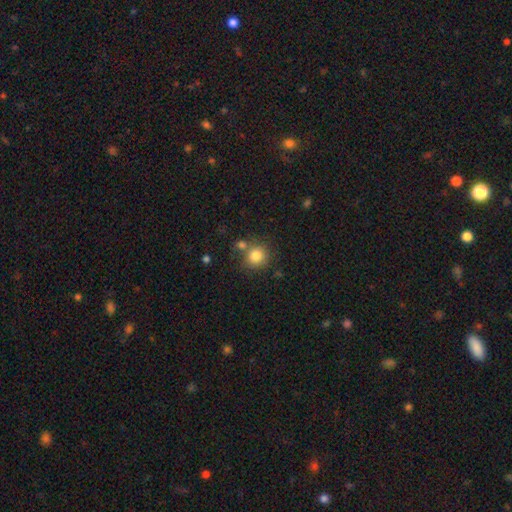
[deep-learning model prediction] Smooth or featured?
  - smooth: 81% *
  - star or artifact: 11%
  - featured or disk: 8%
How rounded?
  - round: 89% *
  - in between: 11%
  - cigar-shaped: 1%
Merging?
  - none: 68% *
  - merger: 18%
  - minor disturbance: 11%
  - major disturbance: 4%